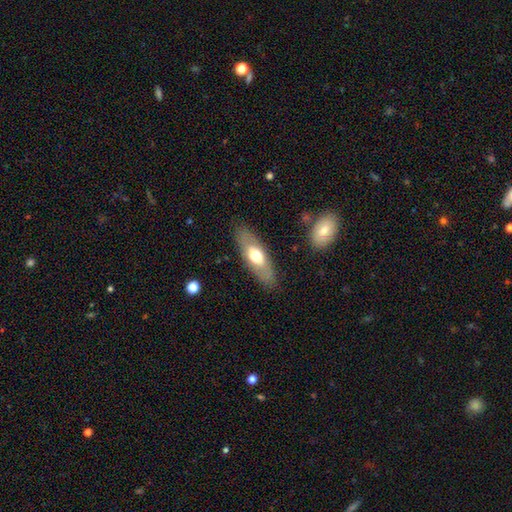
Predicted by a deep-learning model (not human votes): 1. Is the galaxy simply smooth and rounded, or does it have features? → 55% smooth, 39% featured or disk, 6% star or artifact.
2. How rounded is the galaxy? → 70% in between, 27% cigar-shaped, 3% round.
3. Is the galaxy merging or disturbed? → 85% none, 10% minor disturbance, 3% major disturbance, 2% merger.